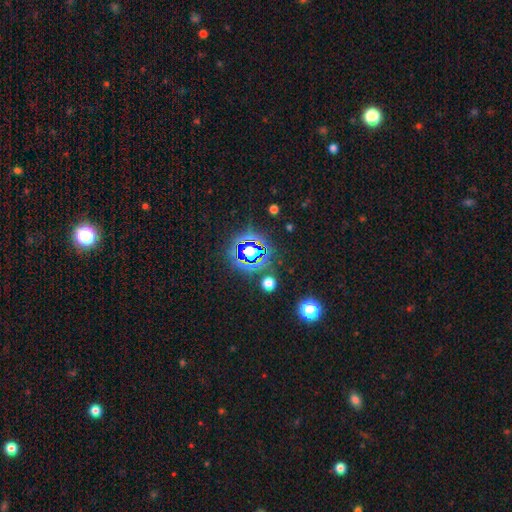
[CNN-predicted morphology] A star or artifact, not a galaxy (78%).